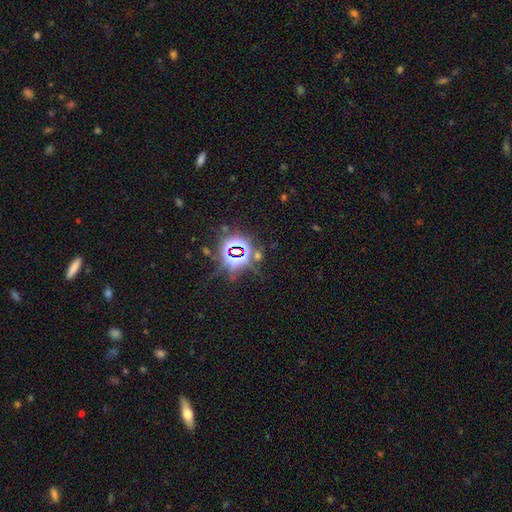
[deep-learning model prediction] Q: Smooth or featured?
A: star or artifact (83%); runner-up: smooth (10%)